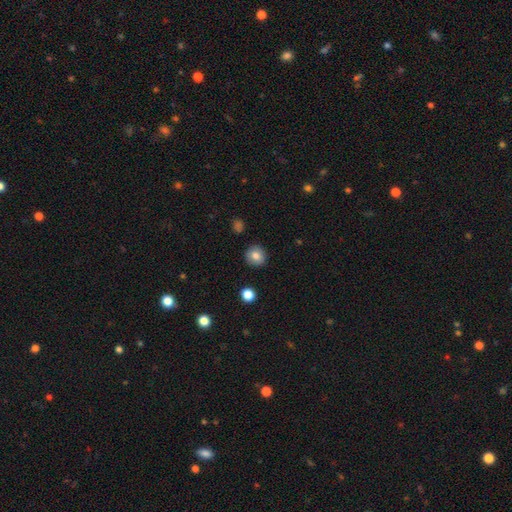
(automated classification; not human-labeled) Overall: smooth (81%). How rounded: round (89%). Merging: none (90%).